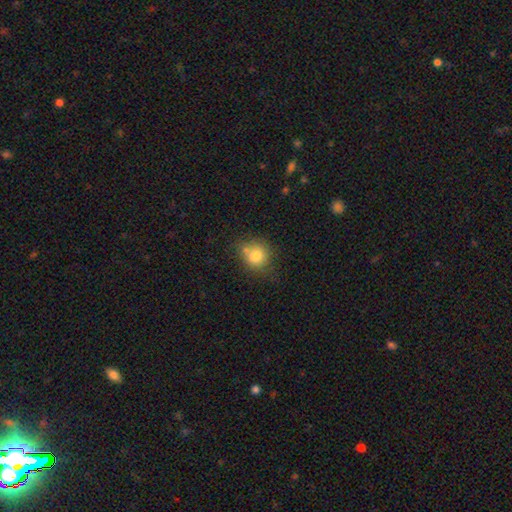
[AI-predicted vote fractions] Smooth or featured? Predicted: smooth (p=0.78). How rounded? Predicted: round (p=0.83). Merging? Predicted: none (p=0.58).